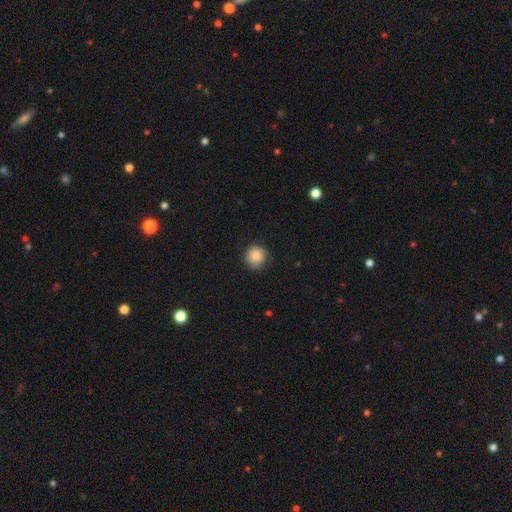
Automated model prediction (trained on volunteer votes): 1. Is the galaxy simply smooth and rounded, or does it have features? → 82% smooth, 10% featured or disk, 8% star or artifact.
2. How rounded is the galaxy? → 92% round, 7% in between, 1% cigar-shaped.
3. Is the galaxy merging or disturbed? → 76% none, 19% minor disturbance, 4% major disturbance, 1% merger.